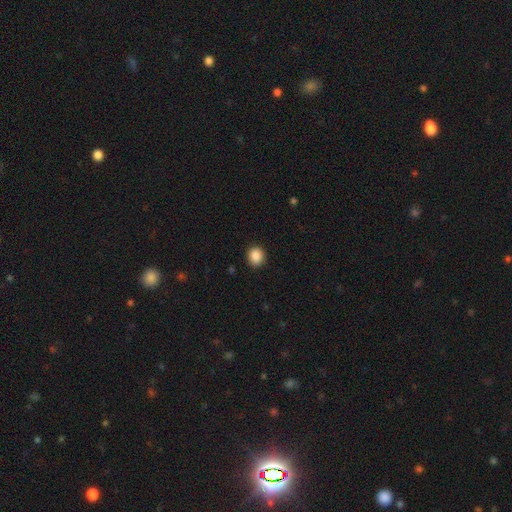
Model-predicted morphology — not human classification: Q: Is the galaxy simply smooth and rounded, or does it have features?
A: smooth — 88%.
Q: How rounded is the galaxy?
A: round — 79%.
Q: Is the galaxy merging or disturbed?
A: none — 90%.